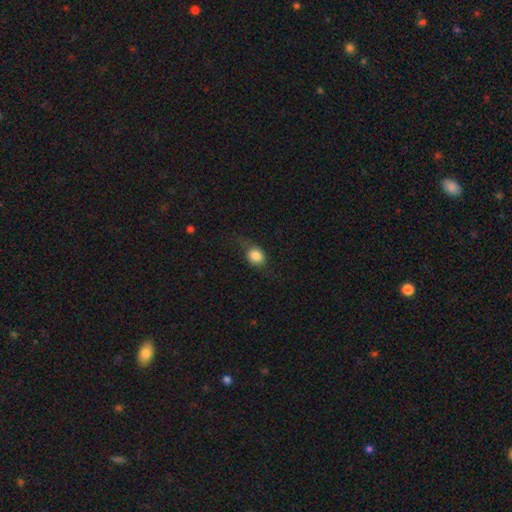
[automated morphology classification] Smooth or featured?
  - smooth: 81% *
  - featured or disk: 9%
  - star or artifact: 9%
How rounded?
  - round: 59% *
  - in between: 39%
  - cigar-shaped: 2%
Merging?
  - none: 62% *
  - minor disturbance: 25%
  - major disturbance: 12%
  - merger: 1%